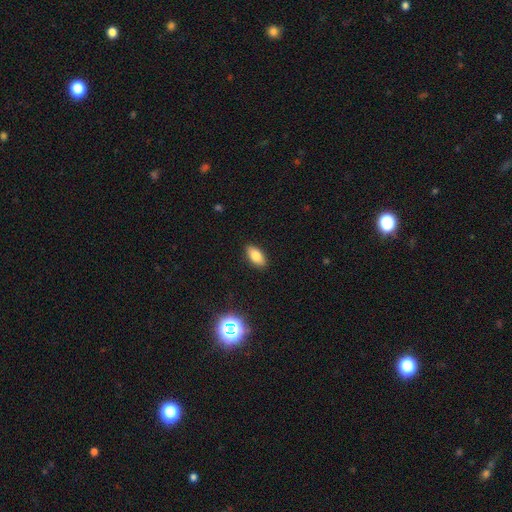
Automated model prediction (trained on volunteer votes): Smooth or featured?
  - smooth: 79% *
  - featured or disk: 11%
  - star or artifact: 10%
How rounded?
  - in between: 89% *
  - cigar-shaped: 8%
  - round: 3%
Merging?
  - none: 89% *
  - minor disturbance: 8%
  - major disturbance: 2%
  - merger: 1%